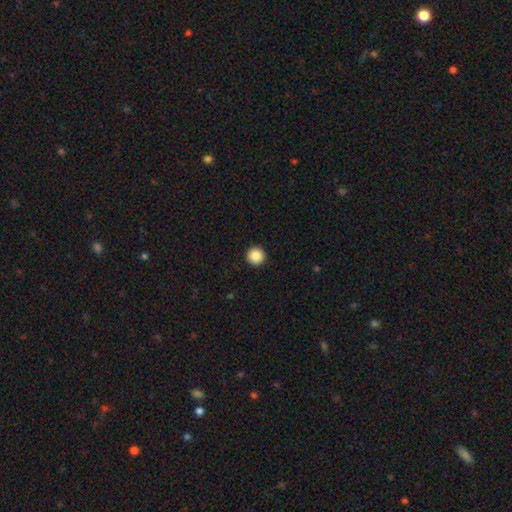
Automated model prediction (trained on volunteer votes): Smooth or featured? smooth (87%)
How rounded? round (97%)
Merging? none (94%)